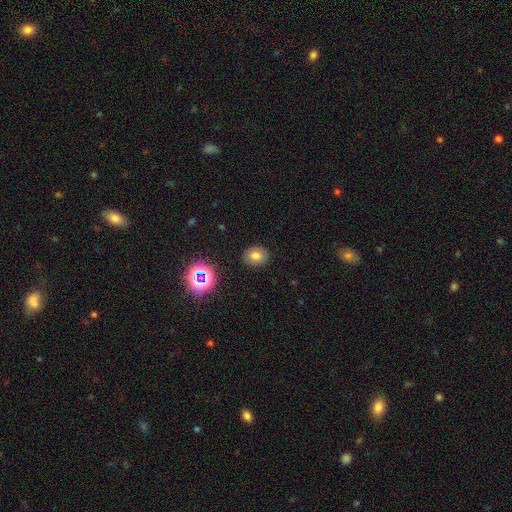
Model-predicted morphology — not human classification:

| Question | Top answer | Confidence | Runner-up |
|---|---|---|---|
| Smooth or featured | smooth | 74% | star or artifact (16%) |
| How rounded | round | 53% | in between (46%) |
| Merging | none | 88% | minor disturbance (8%) |